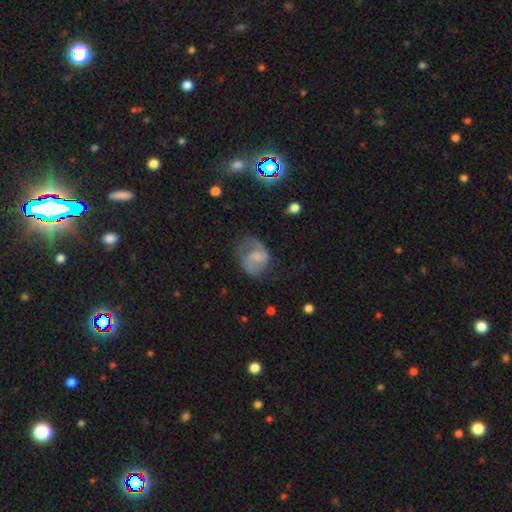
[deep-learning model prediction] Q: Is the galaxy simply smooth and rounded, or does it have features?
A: featured or disk — 76%.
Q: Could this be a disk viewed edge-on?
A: no — 98%.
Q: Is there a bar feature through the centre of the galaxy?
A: no — 52%.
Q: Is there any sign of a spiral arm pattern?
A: yes — 93%.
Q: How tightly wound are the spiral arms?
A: medium — 52%.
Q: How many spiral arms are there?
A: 2 — 85%.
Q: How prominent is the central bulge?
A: small — 42%.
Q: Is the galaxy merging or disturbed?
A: none — 60%.